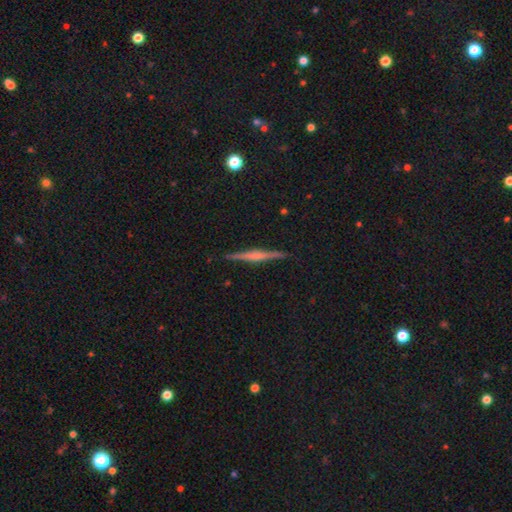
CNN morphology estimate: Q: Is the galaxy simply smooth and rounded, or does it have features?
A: featured or disk — 70%.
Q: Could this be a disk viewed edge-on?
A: yes — 98%.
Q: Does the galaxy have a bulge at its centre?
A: rounded — 45%.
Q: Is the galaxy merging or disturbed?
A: none — 90%.